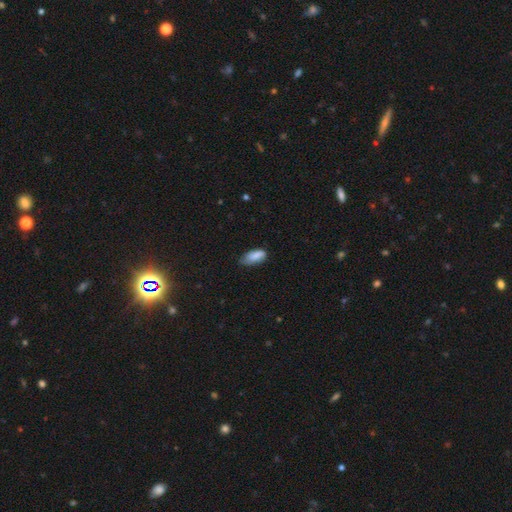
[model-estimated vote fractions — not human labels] smooth_or_featured: smooth (p=0.82) [alt: featured or disk p=0.11]
how_rounded: in between (p=0.87) [alt: cigar-shaped p=0.11]
merging: none (p=0.54) [alt: minor disturbance p=0.37]